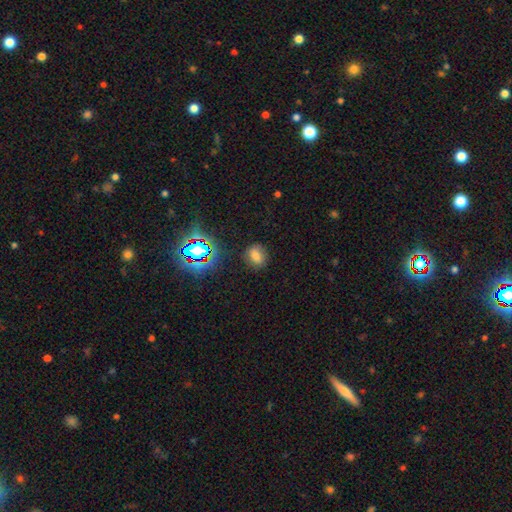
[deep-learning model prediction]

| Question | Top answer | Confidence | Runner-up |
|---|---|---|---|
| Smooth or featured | smooth | 69% | star or artifact (21%) |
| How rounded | in between | 52% | round (46%) |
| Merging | none | 83% | minor disturbance (11%) |